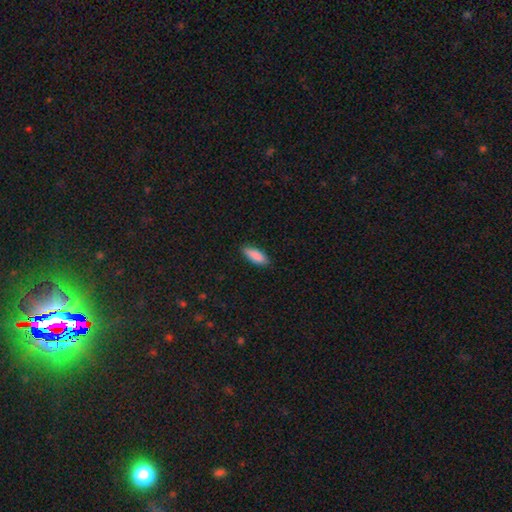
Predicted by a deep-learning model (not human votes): Smooth or featured?
  - smooth: 89% *
  - star or artifact: 6%
  - featured or disk: 5%
How rounded?
  - in between: 74% *
  - cigar-shaped: 25%
  - round: 2%
Merging?
  - none: 87% *
  - minor disturbance: 10%
  - major disturbance: 2%
  - merger: 1%